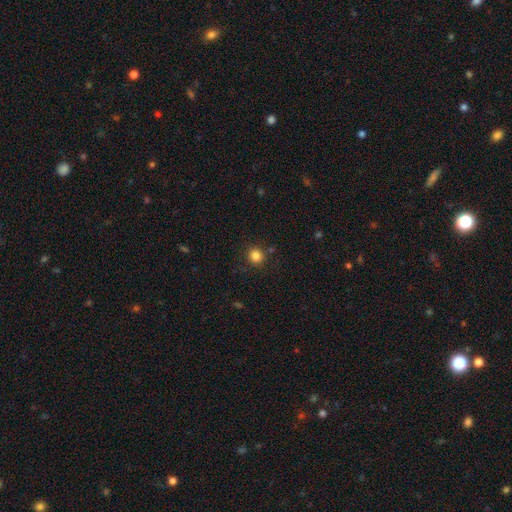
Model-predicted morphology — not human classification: Overall: smooth (84%). How rounded: round (93%). Merging: none (87%).